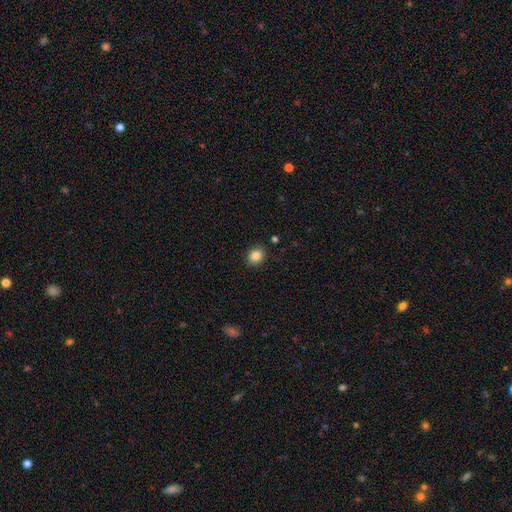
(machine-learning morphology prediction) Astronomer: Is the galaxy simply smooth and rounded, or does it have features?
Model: smooth — 85%.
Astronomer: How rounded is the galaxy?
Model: round — 65%.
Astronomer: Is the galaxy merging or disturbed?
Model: none — 88%.